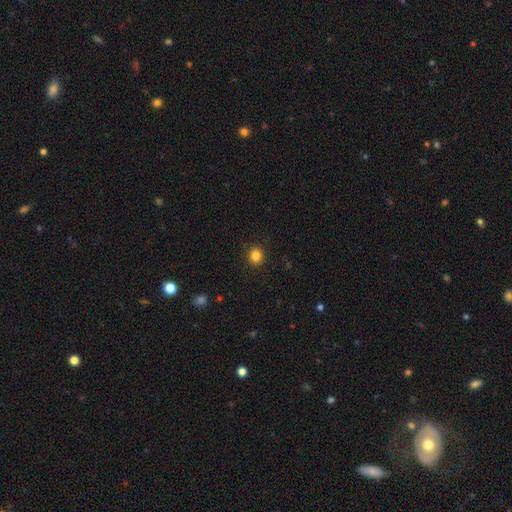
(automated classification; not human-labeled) This is clearly a smooth galaxy (83%). How rounded: clearly round (87%). Merging: clearly none (90%).